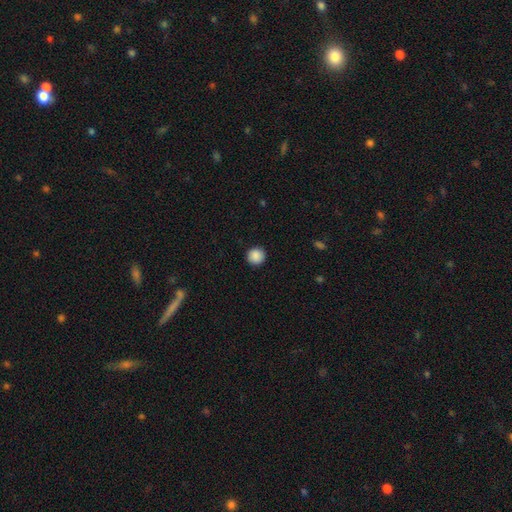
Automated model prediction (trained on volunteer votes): smooth 89%, star or artifact 9%, featured or disk 3%. Down the decision tree: how rounded — round (95%); merging — none (92%).